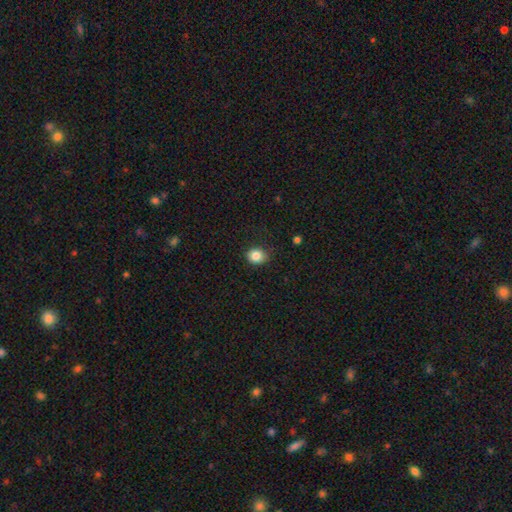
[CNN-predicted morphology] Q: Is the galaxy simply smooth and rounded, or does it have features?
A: smooth — 85%.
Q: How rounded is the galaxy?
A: round — 69%.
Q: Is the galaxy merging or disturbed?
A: none — 84%.